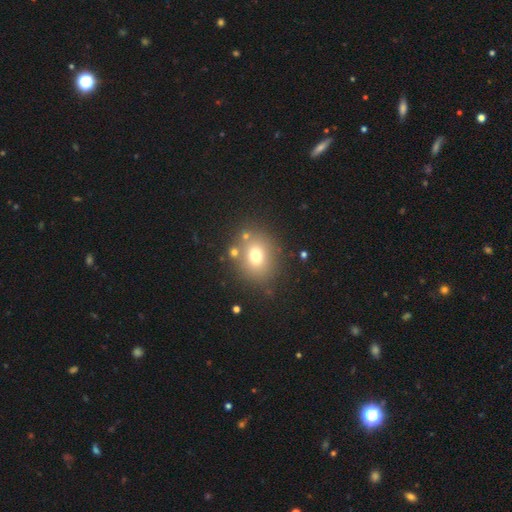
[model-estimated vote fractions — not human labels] Smooth or featured?
  - smooth: 71% *
  - star or artifact: 16%
  - featured or disk: 13%
How rounded?
  - round: 60% *
  - in between: 39%
  - cigar-shaped: 1%
Merging?
  - none: 79% *
  - minor disturbance: 10%
  - merger: 6%
  - major disturbance: 4%